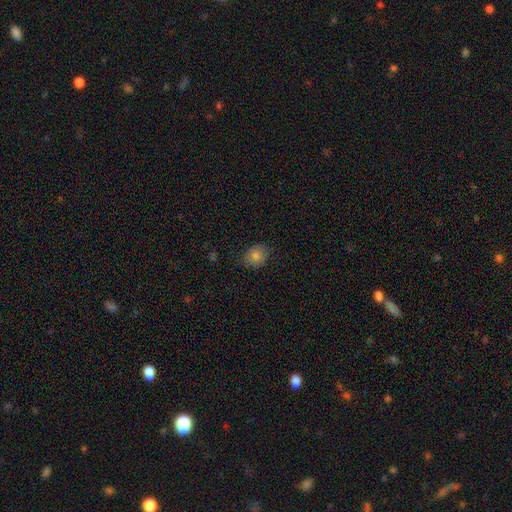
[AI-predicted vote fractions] Morphology: type=smooth (79%); roundness=round (56%); merging=none (83%).